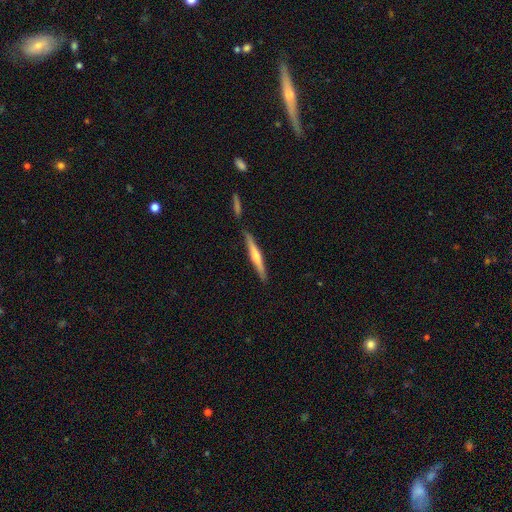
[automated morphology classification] featured or disk 60%, smooth 35%, star or artifact 6%. Down the decision tree: edge-on disk — yes (97%); edge-on bulge — rounded (72%); merging — none (85%).